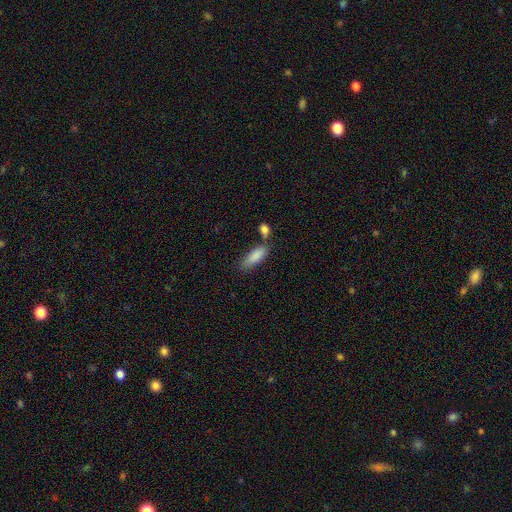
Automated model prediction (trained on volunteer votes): Q: Smooth or featured?
A: smooth (85%); runner-up: featured or disk (8%)
Q: How rounded?
A: in between (61%); runner-up: cigar-shaped (36%)
Q: Merging?
A: none (56%); runner-up: merger (21%)